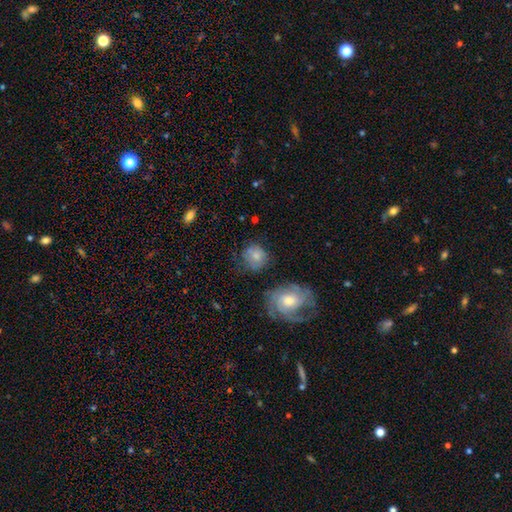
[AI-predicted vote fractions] smooth-or-featured: smooth: 67% | featured or disk: 24% | star or artifact: 9%
  how-rounded: round: 78% | in between: 21% | cigar-shaped: 1%
  merging: none: 59% | minor disturbance: 23% | major disturbance: 11% | merger: 7%